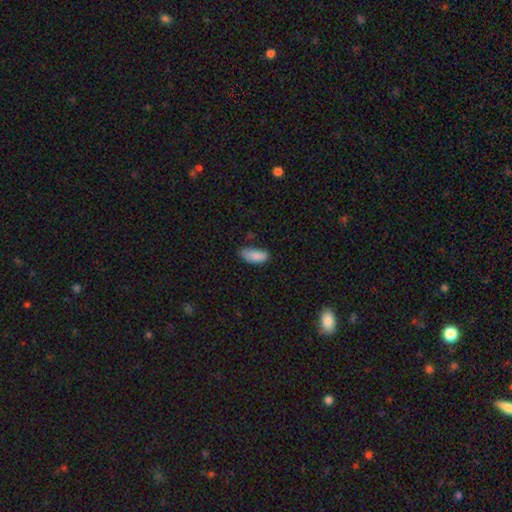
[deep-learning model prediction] smooth-or-featured: smooth: 87% | star or artifact: 8% | featured or disk: 6%
  how-rounded: in between: 85% | cigar-shaped: 13% | round: 2%
  merging: none: 59% | minor disturbance: 32% | major disturbance: 7% | merger: 3%